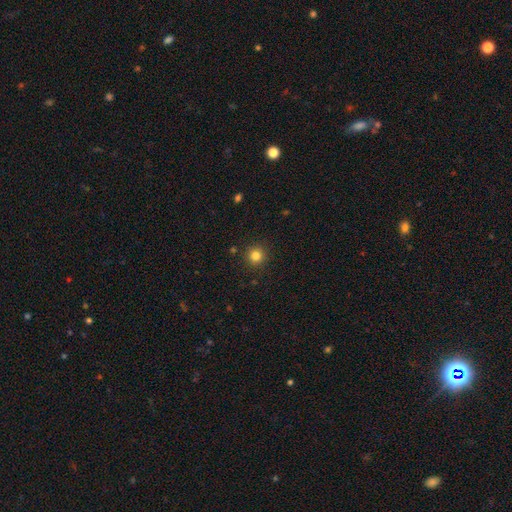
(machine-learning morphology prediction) A smooth galaxy with no disk features (82%) that is round (94%).

Vote fractions:
- Smooth or featured? smooth: 82% / star or artifact: 13% / featured or disk: 5%
- How rounded? round: 94% / in between: 5% / cigar-shaped: 1%
- Merging? none: 91% / minor disturbance: 6% / major disturbance: 2% / merger: 1%